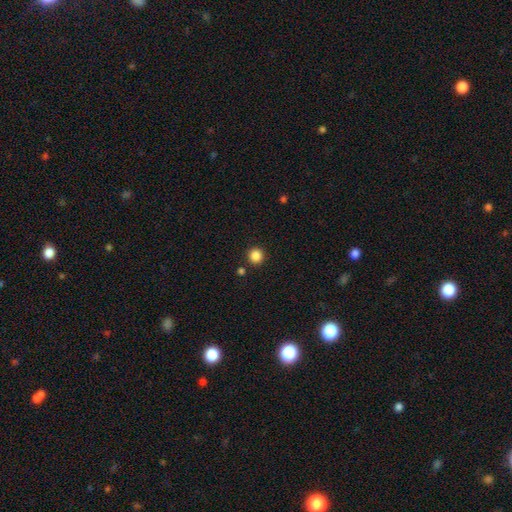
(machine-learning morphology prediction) Smooth or featured? smooth (86%)
How rounded? round (94%)
Merging? none (90%)